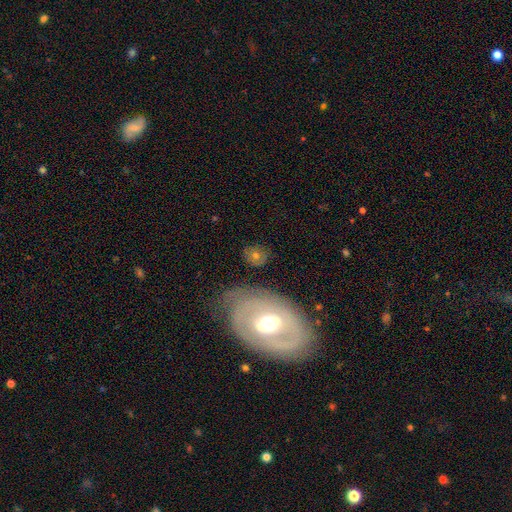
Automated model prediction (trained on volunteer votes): smooth 49%, featured or disk 40%, star or artifact 11%. Down the decision tree: merging — none (68%).